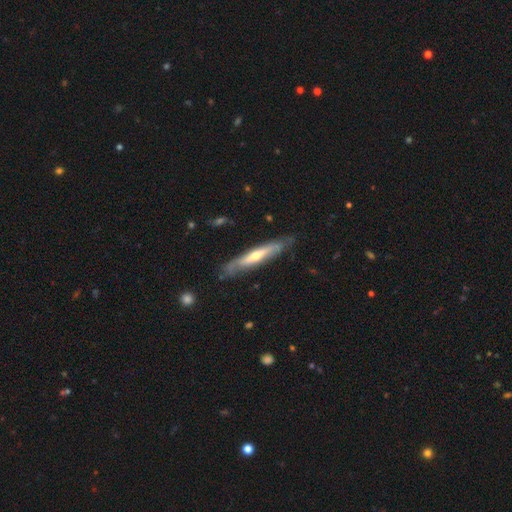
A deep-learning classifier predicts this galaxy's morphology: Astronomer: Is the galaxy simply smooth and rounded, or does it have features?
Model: featured or disk — 63%.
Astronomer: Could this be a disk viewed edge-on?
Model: yes — 73%.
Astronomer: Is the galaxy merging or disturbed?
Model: none — 76%.